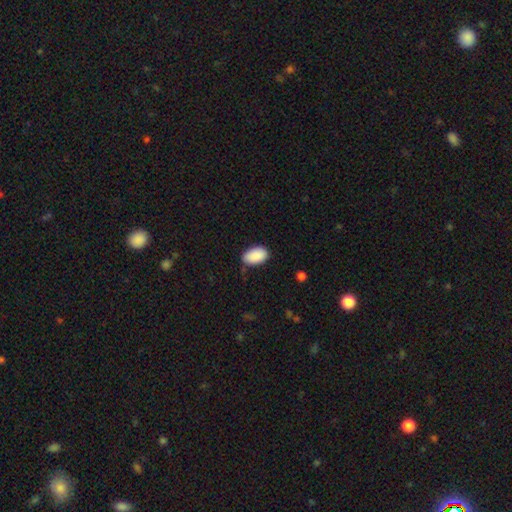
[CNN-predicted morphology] Smooth or featured: smooth — 90% (star or artifact — 6%)
How rounded: in between — 94% (round — 5%)
Merging: none — 79% (minor disturbance — 17%)